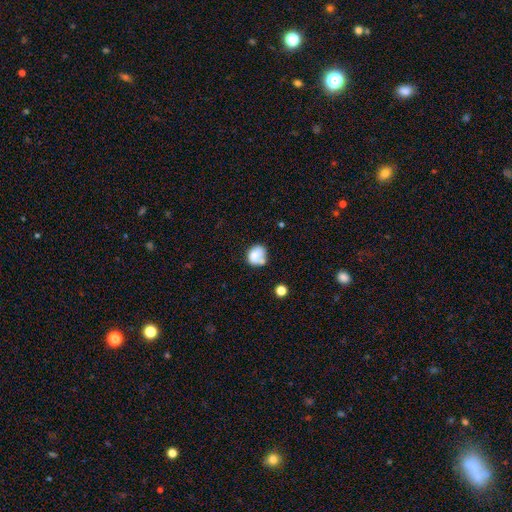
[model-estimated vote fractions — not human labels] A smooth galaxy with no disk features (68%) that is round (61%). Merging: none (39%).